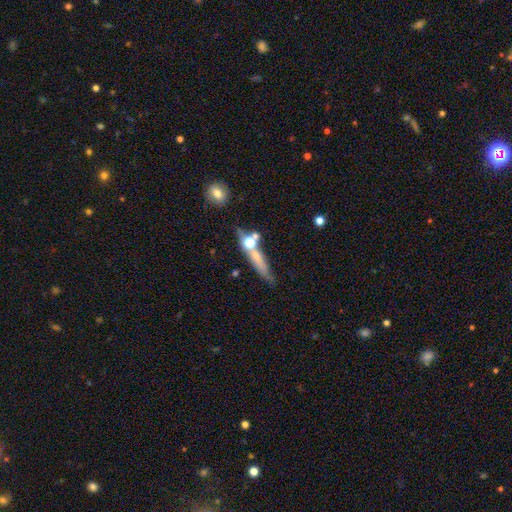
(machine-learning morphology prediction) smooth-or-featured: smooth: 38% | featured or disk: 34% | star or artifact: 28%
  merging: none: 53% | merger: 24% | minor disturbance: 13% | major disturbance: 10%